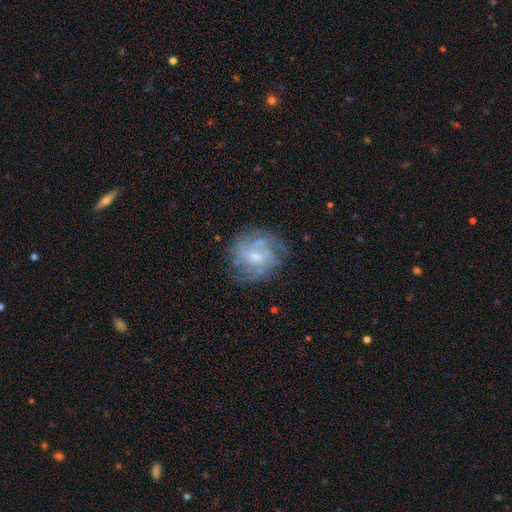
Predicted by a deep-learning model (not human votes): The model was most divided on "bar": weak: 46%, no: 45%, strong: 9%. Remaining: edge-on disk — no (97%); spiral arms — yes (76%); smooth or featured — featured or disk (69%); merging — none (65%); bulge size — small (56%); spiral arm count — can't tell (45%); spiral winding — tight (42%).